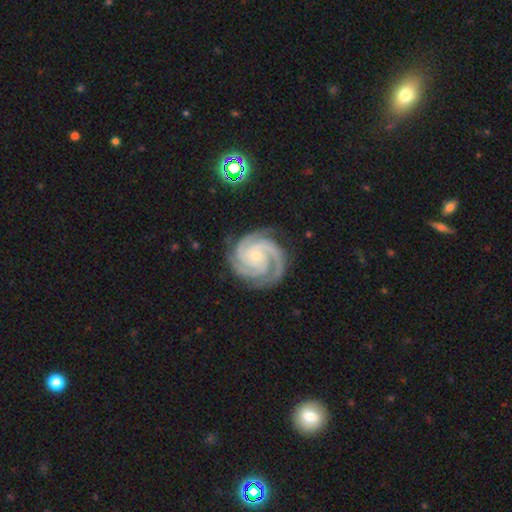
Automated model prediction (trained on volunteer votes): smooth-or-featured: featured or disk: 93% | star or artifact: 4% | smooth: 3%
  disk-edge-on: no: 98% | yes: 2%
    bar: no: 72% | weak: 20% | strong: 8%
    has-spiral-arms: yes: 99% | no: 1%
      spiral-winding: tight: 77% | medium: 21% | loose: 2%
      spiral-arm-count: 3: 60% | 4: 17% | 2: 10% | can't tell: 5% | more than 4: 4% | 1: 4%
    bulge-size: small: 75% | moderate: 21% | none: 2% | large: 1% | dominant: 1%
  merging: none: 81% | minor disturbance: 14% | major disturbance: 4% | merger: 1%